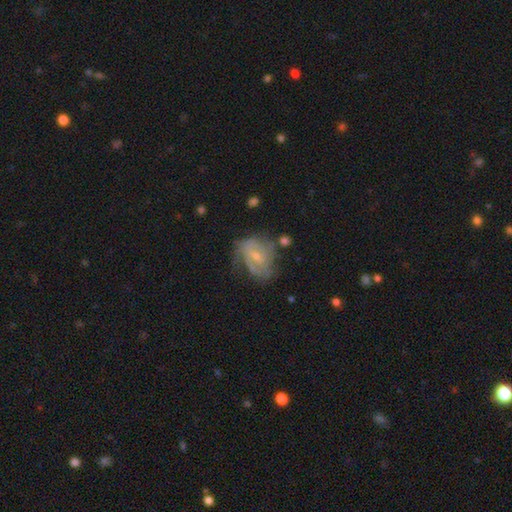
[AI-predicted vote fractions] The model was most divided on "spiral winding": tight: 45%, medium: 40%, loose: 15%. Remaining: edge-on disk — no (97%); spiral arms — yes (86%); smooth or featured — featured or disk (74%); bulge size — small (60%); bar — weak (54%); merging — none (52%); spiral arm count — 2 (40%).